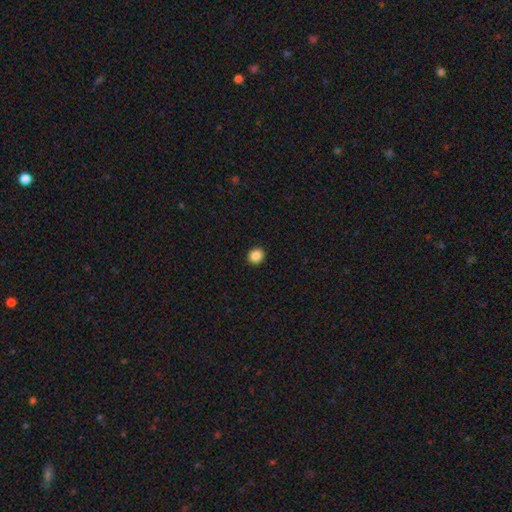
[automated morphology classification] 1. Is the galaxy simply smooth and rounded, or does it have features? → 86% smooth, 10% star or artifact, 4% featured or disk.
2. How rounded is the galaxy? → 87% round, 12% in between, 1% cigar-shaped.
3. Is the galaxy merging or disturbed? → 93% none, 4% minor disturbance, 1% major disturbance, 1% merger.